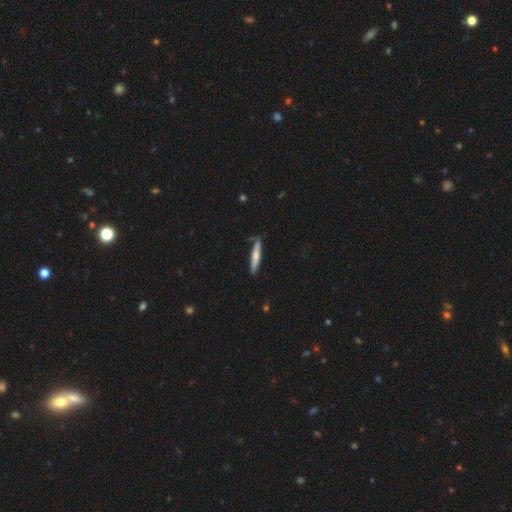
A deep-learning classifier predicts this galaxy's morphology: A smooth galaxy with no disk features (63%) that is cigar-shaped (92%).

Vote fractions:
- Smooth or featured? smooth: 63% / featured or disk: 32% / star or artifact: 5%
- How rounded? cigar-shaped: 92% / in between: 6% / round: 1%
- Merging? none: 81% / minor disturbance: 14% / major disturbance: 2% / merger: 2%